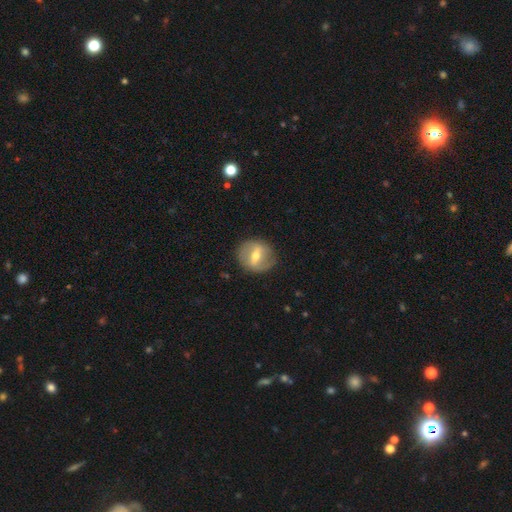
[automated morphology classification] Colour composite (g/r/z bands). It shows a featured or disk galaxy (63%) with a strong bar (52%), no spiral arms (51%) and a moderate central bulge (64%). Merging: none (83%).